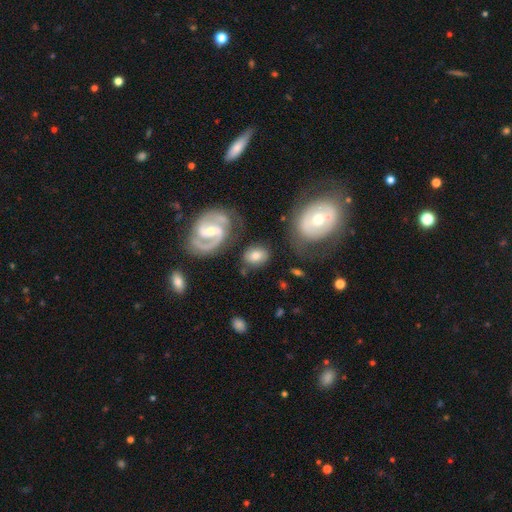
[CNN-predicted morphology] smooth_or_featured: smooth (p=0.54) [alt: featured or disk p=0.39]
how_rounded: in between (p=0.66) [alt: round p=0.32]
merging: none (p=0.65) [alt: minor disturbance p=0.18]